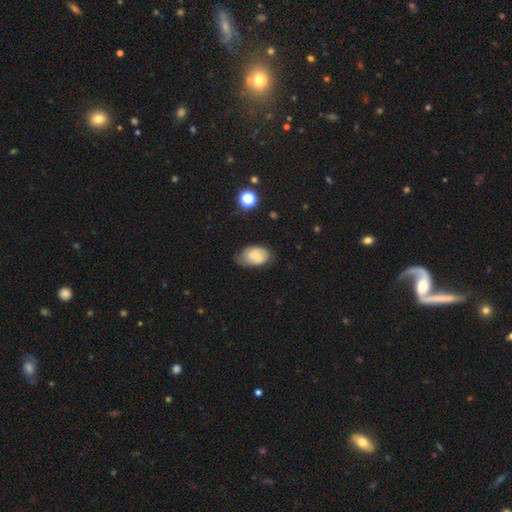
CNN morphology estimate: smooth 61%, featured or disk 31%, star or artifact 8%. Down the decision tree: how rounded — in between (86%); merging — none (52%).